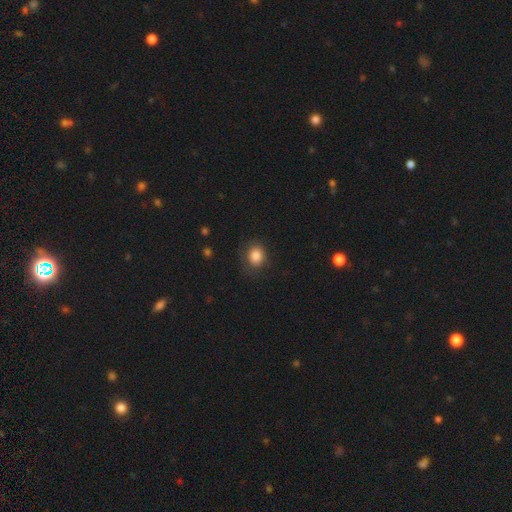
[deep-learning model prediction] Morphology: type=smooth (85%); roundness=round (63%); merging=none (76%).